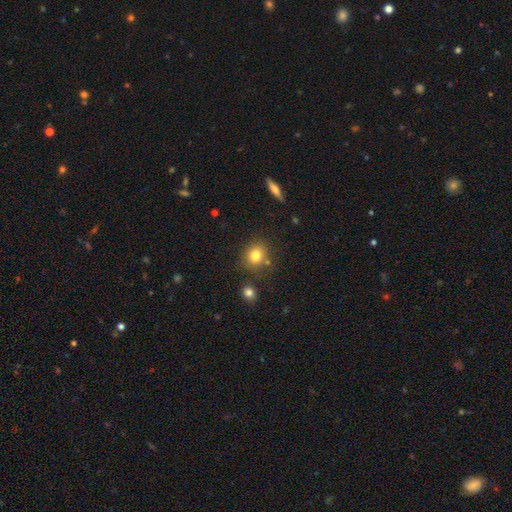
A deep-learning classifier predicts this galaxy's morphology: A smooth galaxy with no disk features (80%) that is round (75%).

Vote fractions:
- Smooth or featured? smooth: 80% / star or artifact: 11% / featured or disk: 9%
- How rounded? round: 75% / in between: 23% / cigar-shaped: 1%
- Merging? none: 77% / minor disturbance: 12% / merger: 8% / major disturbance: 3%